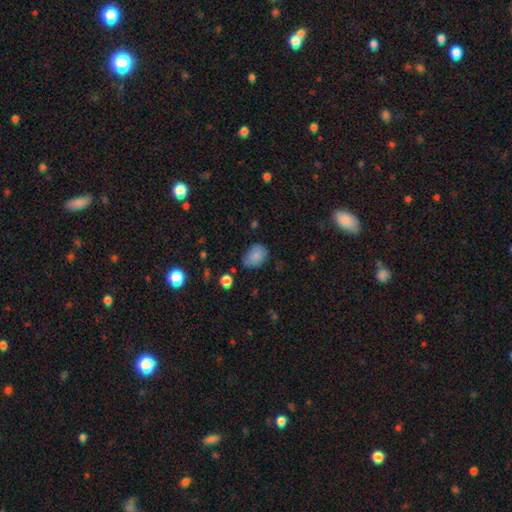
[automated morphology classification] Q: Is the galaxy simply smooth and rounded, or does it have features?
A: smooth — 83%.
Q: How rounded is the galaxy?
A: in between — 69%.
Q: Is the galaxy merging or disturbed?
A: none — 60%.